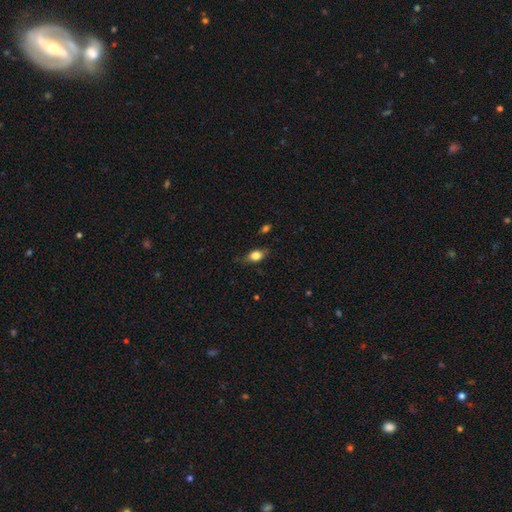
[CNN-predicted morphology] Smooth or featured: smooth — 76% (featured or disk — 15%)
How rounded: in between — 74% (round — 20%)
Merging: none — 72% (minor disturbance — 21%)